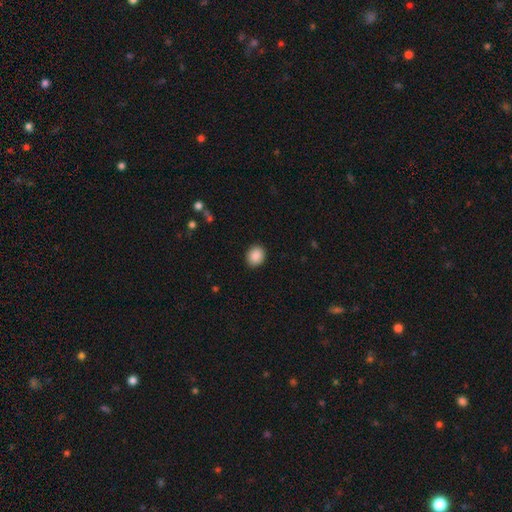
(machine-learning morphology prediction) smooth 89%, star or artifact 8%, featured or disk 3%. Down the decision tree: how rounded — round (61%); merging — none (91%).